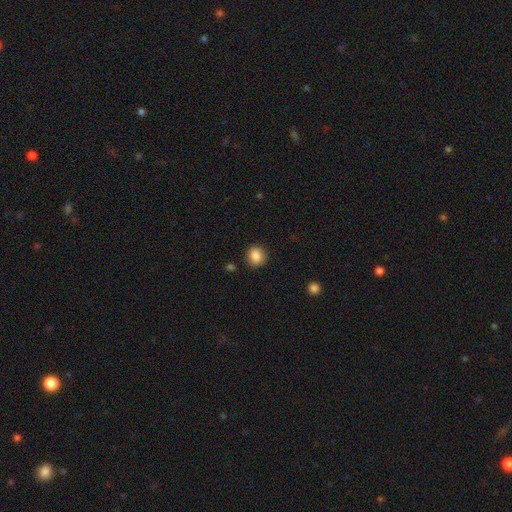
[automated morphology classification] Smooth or featured? Predicted: smooth (p=0.87). How rounded? Predicted: round (p=0.81). Merging? Predicted: none (p=0.87).